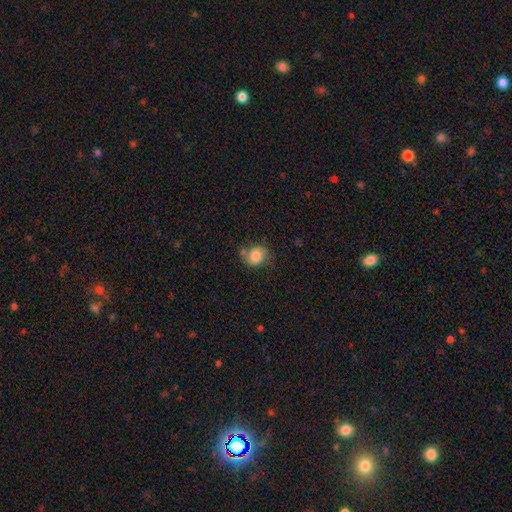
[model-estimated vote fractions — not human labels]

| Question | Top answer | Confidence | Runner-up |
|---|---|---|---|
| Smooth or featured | smooth | 76% | featured or disk (15%) |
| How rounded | round | 66% | in between (33%) |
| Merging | none | 60% | minor disturbance (24%) |